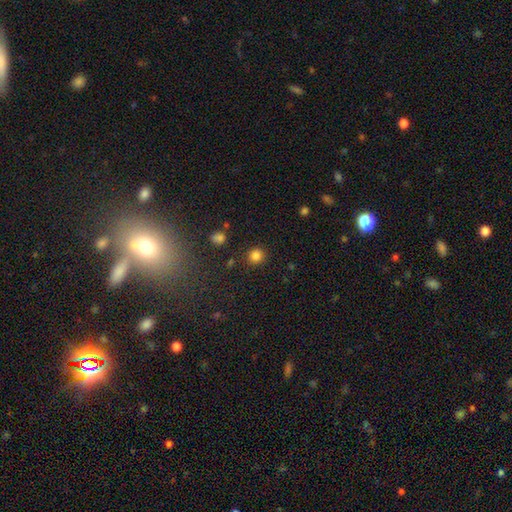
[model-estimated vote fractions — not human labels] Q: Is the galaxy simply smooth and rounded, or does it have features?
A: smooth — 83%.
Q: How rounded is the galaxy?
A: round — 89%.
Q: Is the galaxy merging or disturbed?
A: none — 89%.